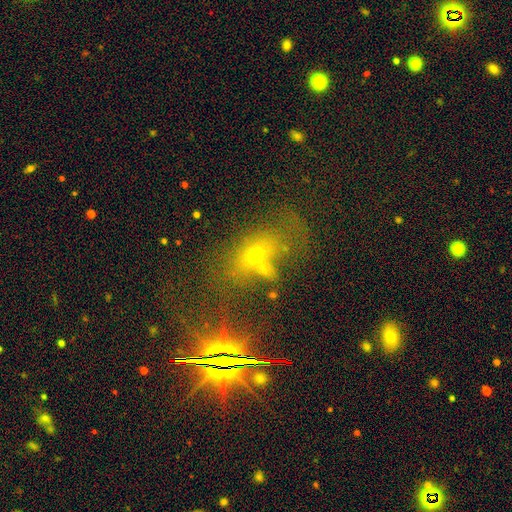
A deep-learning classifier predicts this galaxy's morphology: Q: Smooth or featured?
A: smooth (46%); runner-up: star or artifact (28%)
Q: Merging?
A: none (35%); runner-up: merger (33%)